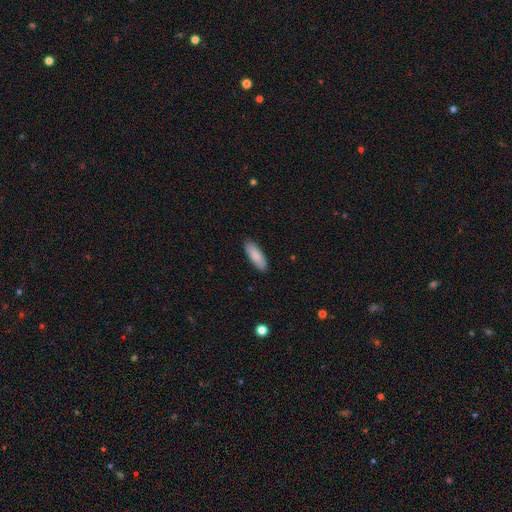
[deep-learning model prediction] Smooth or featured? Predicted: smooth (p=0.87). How rounded? Predicted: in between (p=0.59). Merging? Predicted: none (p=0.88).